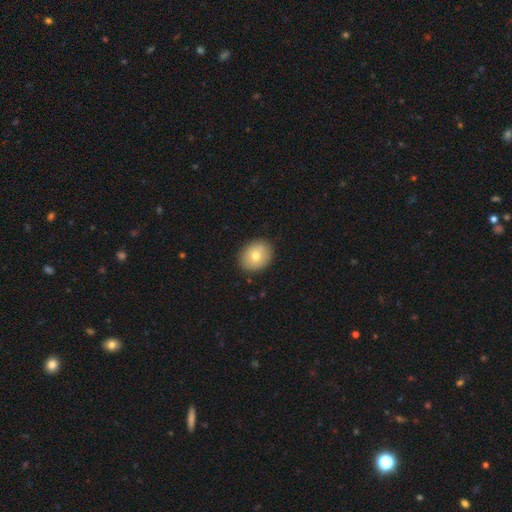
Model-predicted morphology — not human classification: This appears to be a smooth galaxy with no disk features (75%) that is round (59%). Merging: none (89%).